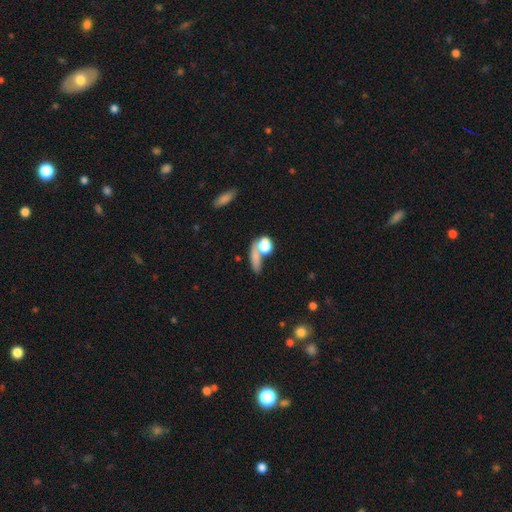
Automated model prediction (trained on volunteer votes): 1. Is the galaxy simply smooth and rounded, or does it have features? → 71% smooth, 18% featured or disk, 11% star or artifact.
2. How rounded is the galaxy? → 45% in between, 33% round, 21% cigar-shaped.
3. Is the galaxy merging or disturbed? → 35% none (tied), 35% merger (tied), 16% major disturbance, 14% minor disturbance.